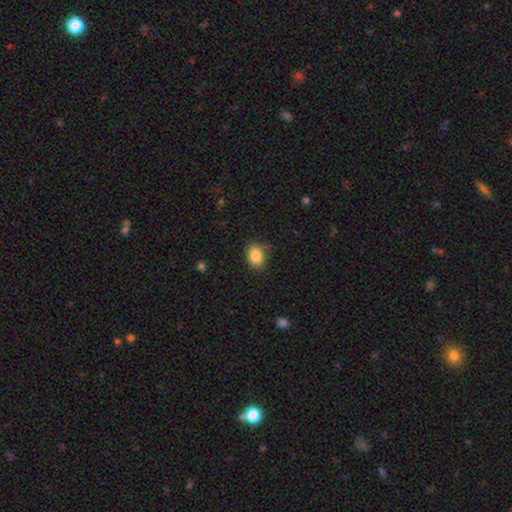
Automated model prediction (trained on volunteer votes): A smooth galaxy with no disk features (86%) that is in between round and cigar-shaped (68%). Merging: none (74%).